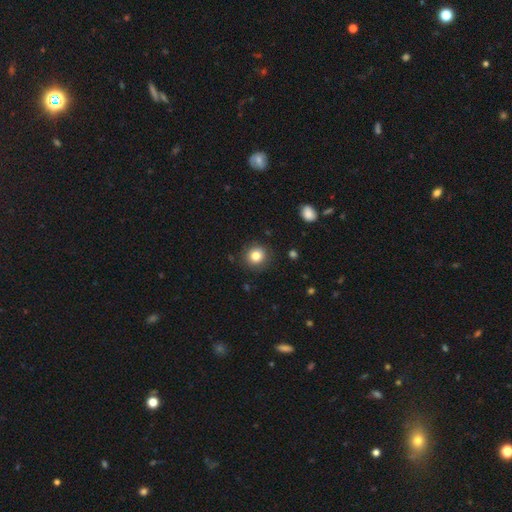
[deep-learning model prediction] smooth_or_featured: smooth (p=0.81) [alt: star or artifact p=0.11]
how_rounded: round (p=0.89) [alt: in between p=0.10]
merging: none (p=0.89) [alt: minor disturbance p=0.08]